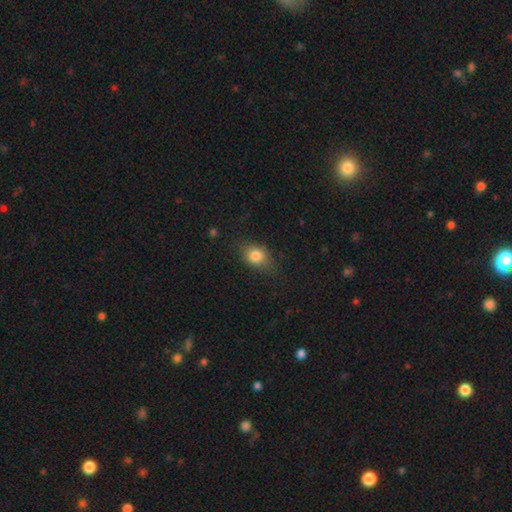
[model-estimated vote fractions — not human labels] Overall: smooth (81%). How rounded: in between (64%; round 34%). Merging: none (70%).